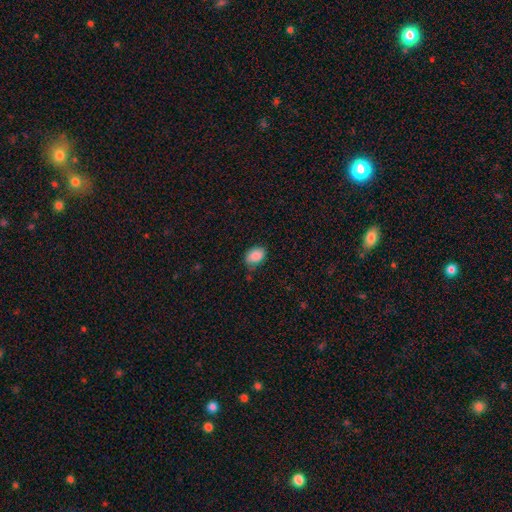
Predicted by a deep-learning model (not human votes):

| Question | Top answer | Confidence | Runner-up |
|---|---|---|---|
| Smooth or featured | smooth | 87% | star or artifact (8%) |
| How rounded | in between | 80% | round (19%) |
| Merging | none | 67% | minor disturbance (25%) |